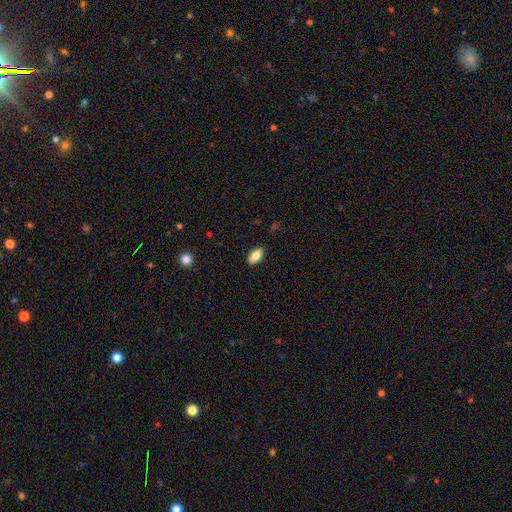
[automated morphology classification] smooth 83%, featured or disk 9%, star or artifact 8%. Down the decision tree: how rounded — in between (91%); merging — none (88%).